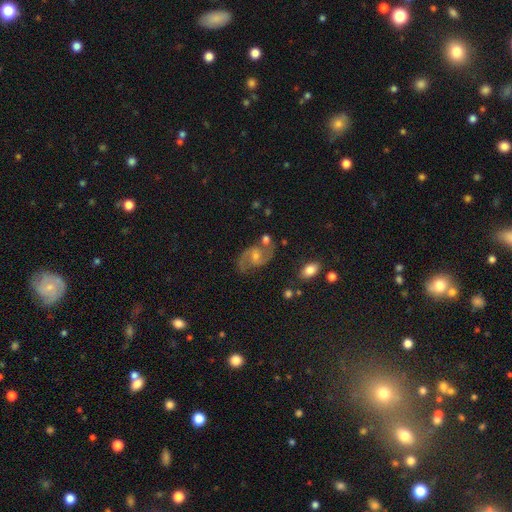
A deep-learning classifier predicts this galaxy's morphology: A featured or disk galaxy (84%) with a weak bar (49%), 2 (92%) medium (58%) spiral arms (96%) and a small central bulge (48%). Merging: none (75%).